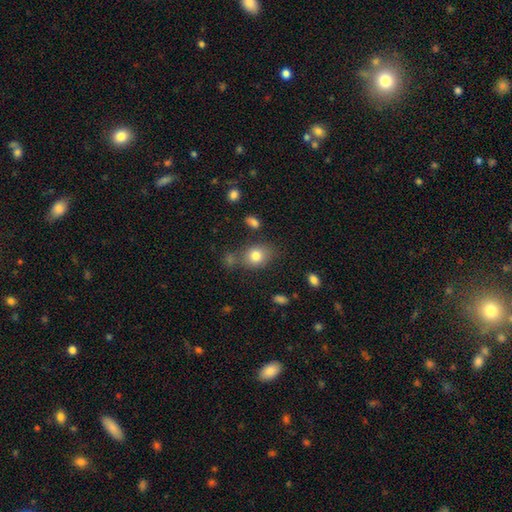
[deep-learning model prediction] Smooth or featured: smooth — 80% (featured or disk — 10%)
How rounded: in between — 54% (round — 45%)
Merging: none — 68% (minor disturbance — 17%)